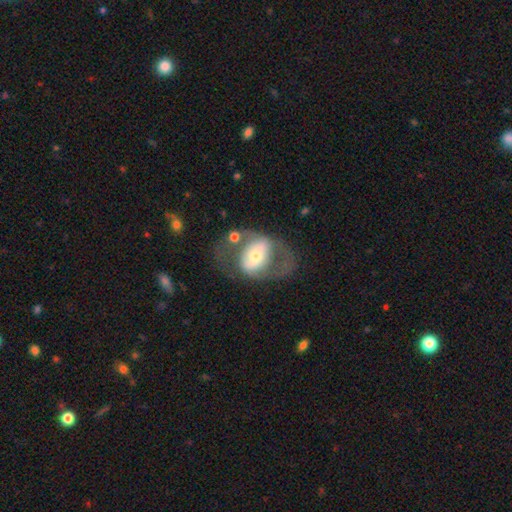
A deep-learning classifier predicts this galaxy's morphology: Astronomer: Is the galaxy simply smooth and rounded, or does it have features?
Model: featured or disk — 62%.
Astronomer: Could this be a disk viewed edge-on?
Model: no — 94%.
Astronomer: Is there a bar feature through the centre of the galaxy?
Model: no — 49% (runner-up: weak, 26%).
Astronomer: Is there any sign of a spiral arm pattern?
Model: no — 57% (runner-up: yes, 43%).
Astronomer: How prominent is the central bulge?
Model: moderate — 52% (runner-up: small, 30%).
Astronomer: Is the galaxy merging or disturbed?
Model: none — 45% (runner-up: major disturbance, 29%).